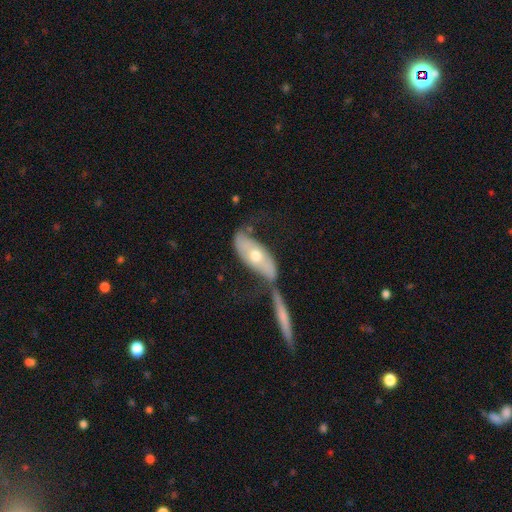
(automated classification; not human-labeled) Smooth or featured?
  - featured or disk: 58% *
  - smooth: 37%
  - star or artifact: 5%
Edge-on disk?
  - no: 78% *
  - yes: 22%
Merging?
  - merger: 39% *
  - none: 31%
  - minor disturbance: 16%
  - major disturbance: 14%